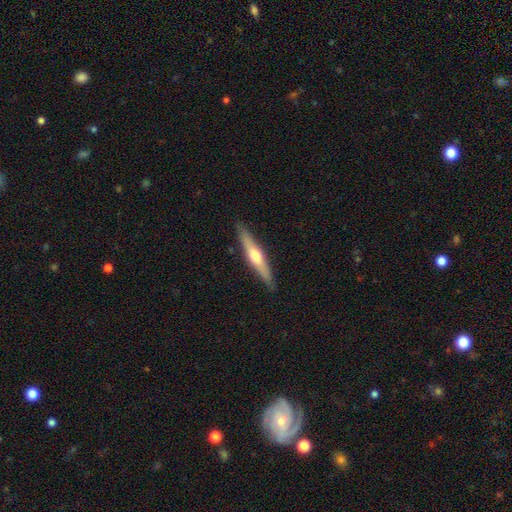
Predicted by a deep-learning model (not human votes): featured or disk 57%, smooth 37%, star or artifact 5%. Down the decision tree: edge-on disk — yes (94%); edge-on bulge — rounded (88%); merging — none (89%).